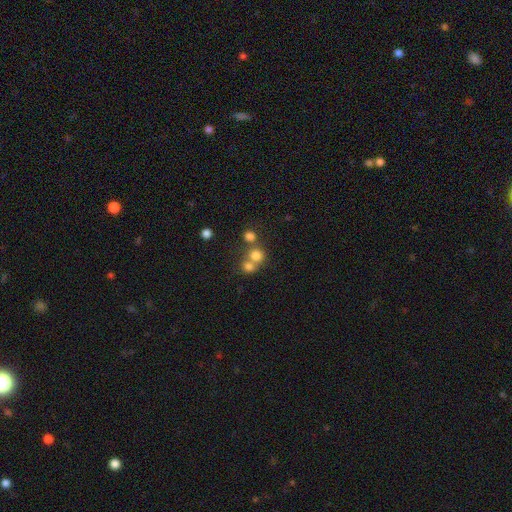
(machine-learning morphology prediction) smooth 73%, star or artifact 15%, featured or disk 12%. Down the decision tree: how rounded — round (84%); merging — merger (47%).